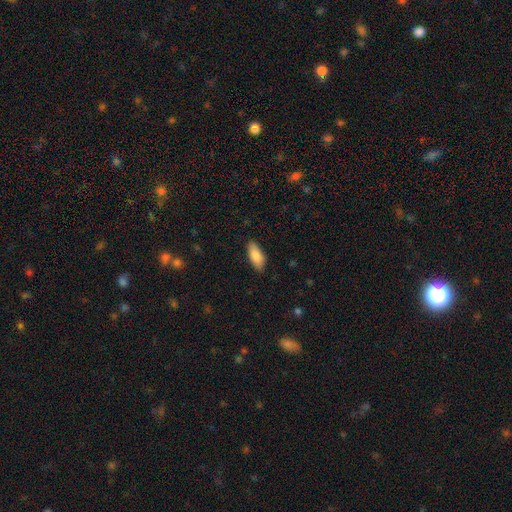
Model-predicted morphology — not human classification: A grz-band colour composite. It shows a smooth galaxy with no disk features (86%) that is in between round and cigar-shaped (81%). Merging: none (86%).